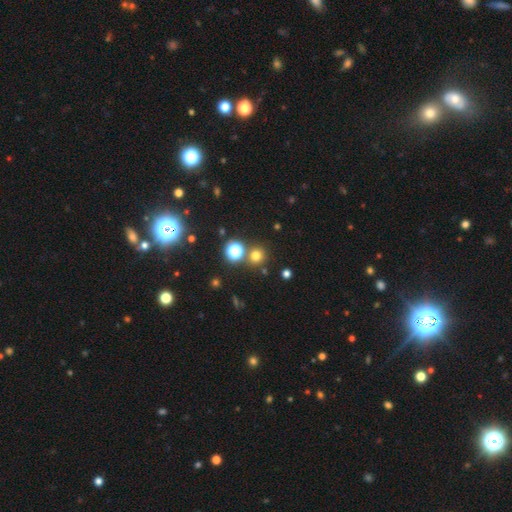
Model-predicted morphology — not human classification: Smooth or featured? smooth (69%)
How rounded? round (93%)
Merging? none (81%)